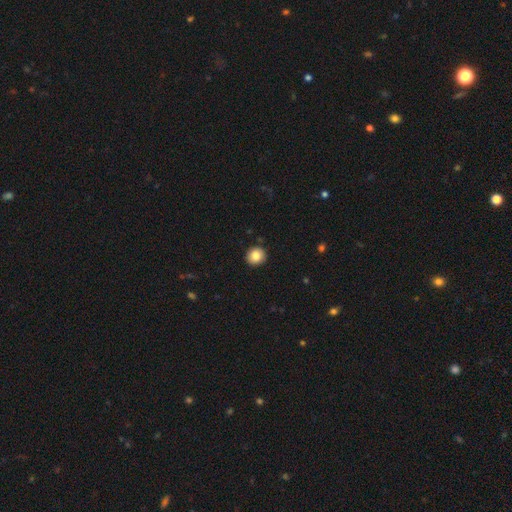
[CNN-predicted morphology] This appears to be a smooth galaxy with no disk features (84%) that is round (89%). Merging: none (92%).